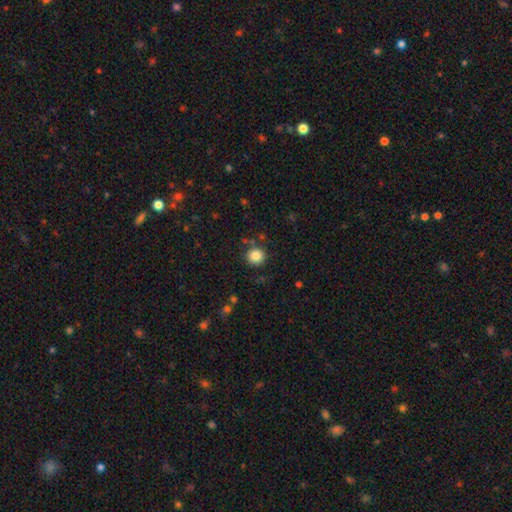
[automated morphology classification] Smooth or featured?
  - smooth: 84% *
  - star or artifact: 11%
  - featured or disk: 5%
How rounded?
  - round: 91% *
  - in between: 8%
  - cigar-shaped: 1%
Merging?
  - none: 85% *
  - minor disturbance: 9%
  - merger: 3%
  - major disturbance: 3%